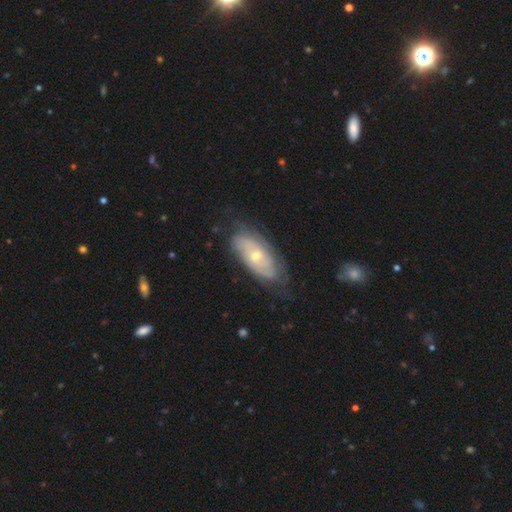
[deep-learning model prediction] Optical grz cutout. It shows a featured or disk galaxy (63%) with no bar (76%), spiral arms (67%) and a moderate central bulge (50%). Merging: none (68%).